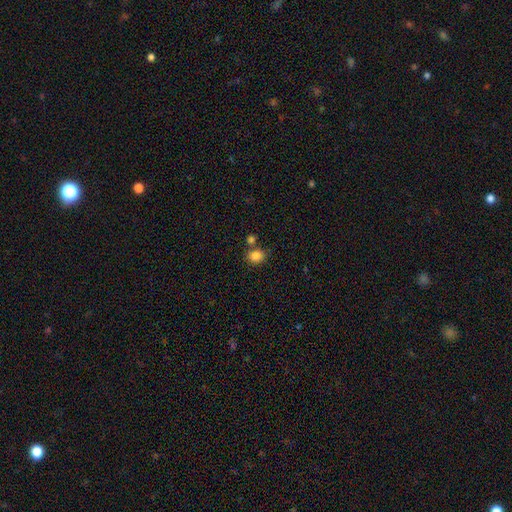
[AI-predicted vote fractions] This appears to be a smooth galaxy with no disk features (85%) that is round (61%). Merging: none (71%).